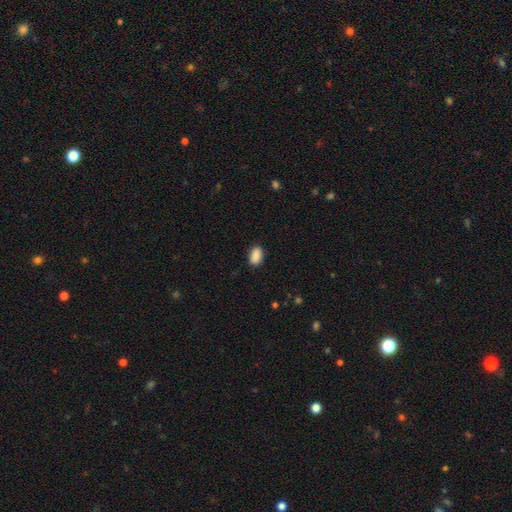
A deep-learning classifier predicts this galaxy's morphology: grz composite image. It shows a smooth galaxy with no disk features (90%) that is in between round and cigar-shaped (91%). Merging: none (87%).